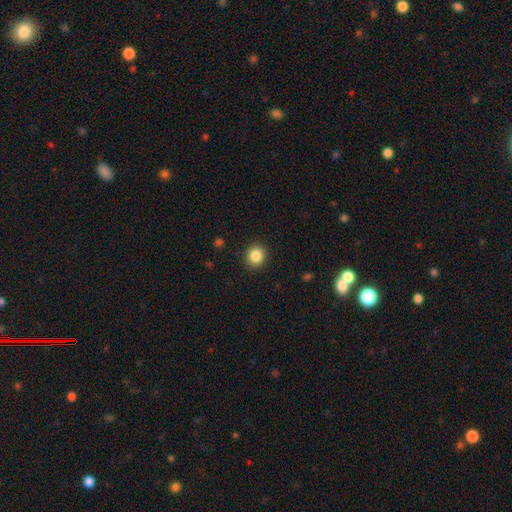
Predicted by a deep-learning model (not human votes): This is clearly a smooth galaxy (86%). How rounded: clearly round (85%). Merging: clearly none (91%).